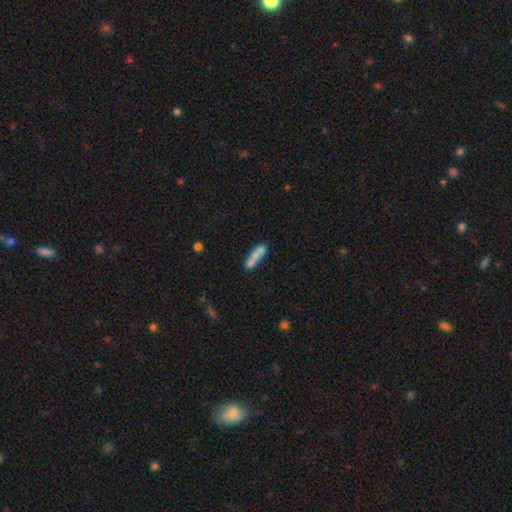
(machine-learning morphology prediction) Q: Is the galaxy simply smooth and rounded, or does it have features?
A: smooth — 60%.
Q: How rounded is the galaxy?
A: cigar-shaped — 63%.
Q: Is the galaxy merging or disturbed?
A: merger — 41%.